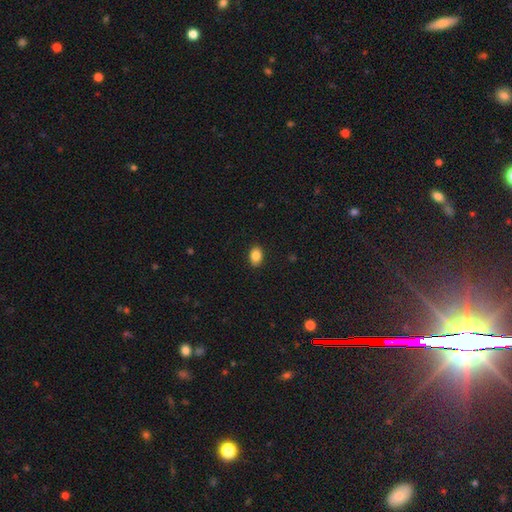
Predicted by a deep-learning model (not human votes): Smooth or featured? Predicted: smooth (p=0.85). How rounded? Predicted: in between (p=0.76). Merging? Predicted: none (p=0.90).